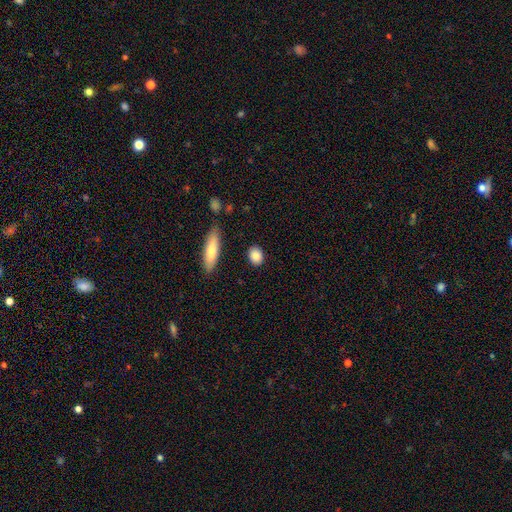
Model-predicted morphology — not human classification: Smooth or featured: smooth — 86% (star or artifact — 7%)
How rounded: in between — 56% (round — 39%)
Merging: none — 88% (minor disturbance — 8%)